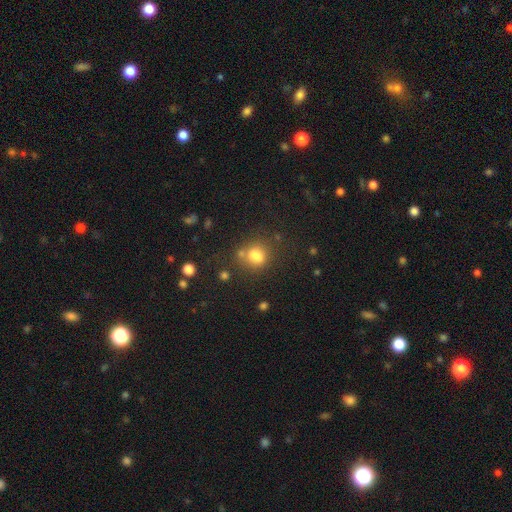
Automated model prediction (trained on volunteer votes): The model was most divided on "how rounded": round: 60%, in between: 39%, cigar-shaped: 1%. More confident: smooth or featured — smooth (78%); merging — none (57%).